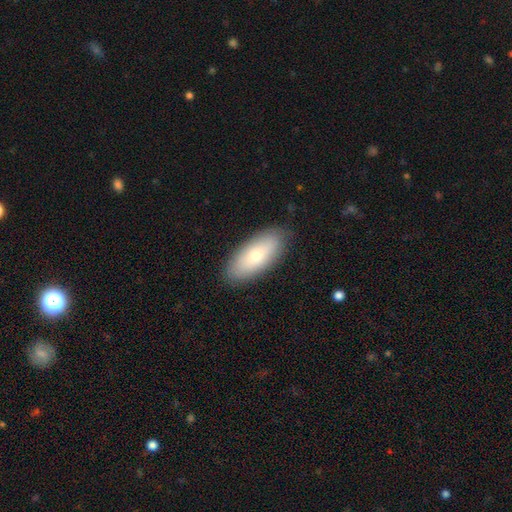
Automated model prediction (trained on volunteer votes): Smooth or featured? Predicted: smooth (p=0.73). How rounded? Predicted: in between (p=0.85). Merging? Predicted: none (p=0.87).